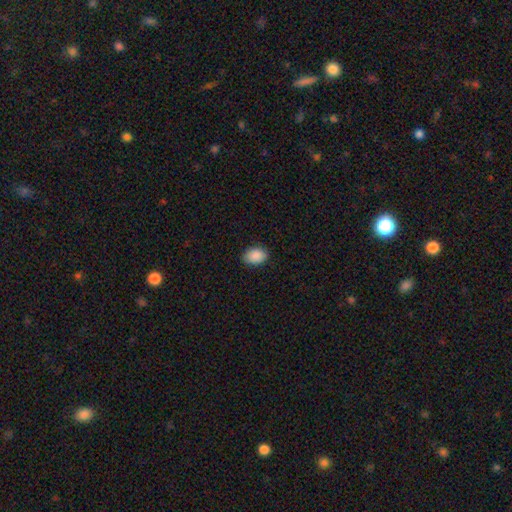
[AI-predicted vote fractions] Overall: smooth (90%). How rounded: in between (80%). Merging: none (86%).